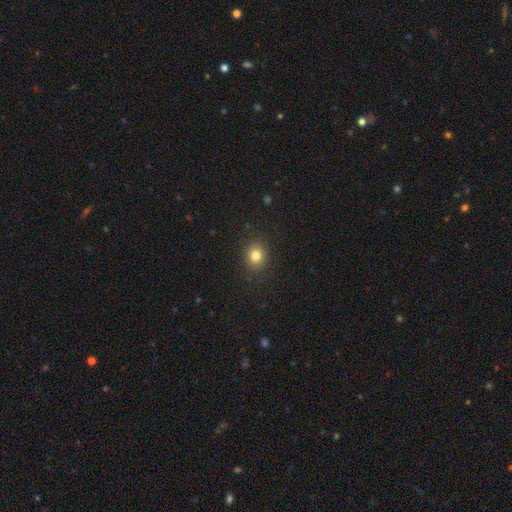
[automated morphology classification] This is clearly a smooth galaxy (81%). How rounded: likely round (73%). Merging: clearly none (88%).